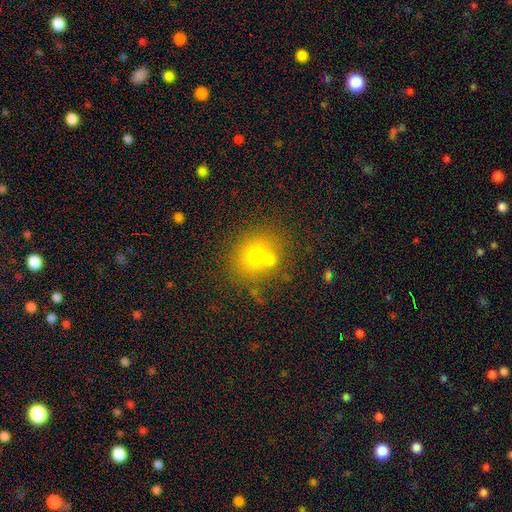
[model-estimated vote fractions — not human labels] This appears to be a smooth galaxy with no disk features (69%) that is round (76%). Merging: none (55%).